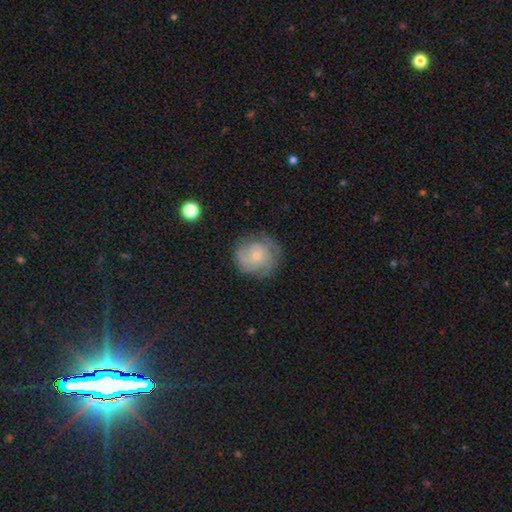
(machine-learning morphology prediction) A featured or disk galaxy (58%) with no bar (80%), spiral arms (84%) and a small central bulge (71%). Merging: none (71%).